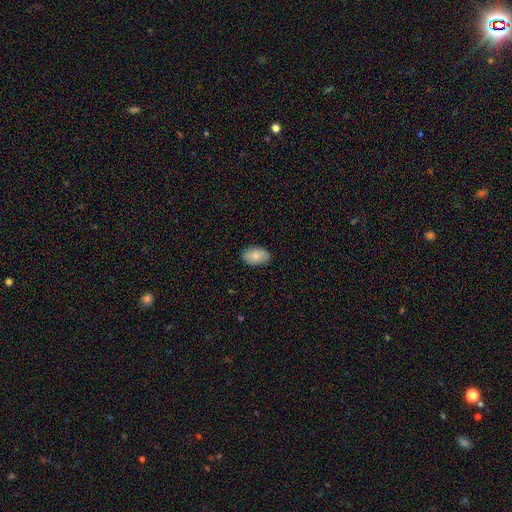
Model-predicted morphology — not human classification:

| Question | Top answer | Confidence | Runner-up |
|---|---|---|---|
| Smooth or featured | smooth | 80% | featured or disk (14%) |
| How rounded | in between | 91% | round (7%) |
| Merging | none | 87% | minor disturbance (10%) |